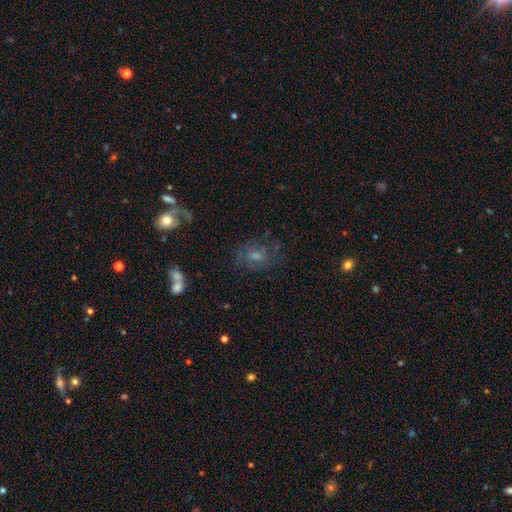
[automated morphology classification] This appears to be a featured or disk galaxy (41%). Merging: none (71%).